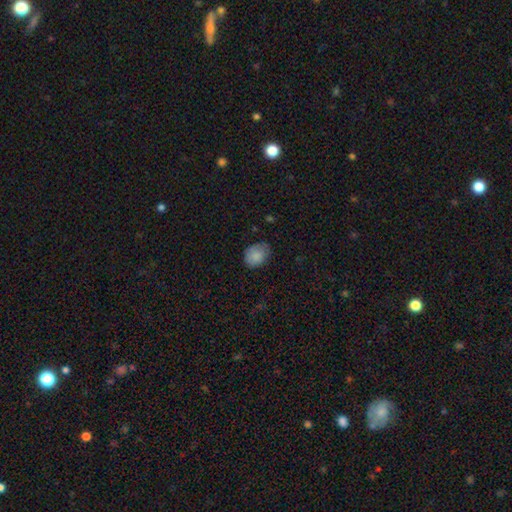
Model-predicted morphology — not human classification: Smooth or featured?
  - smooth: 82% *
  - featured or disk: 10%
  - star or artifact: 8%
How rounded?
  - in between: 60% *
  - round: 39%
  - cigar-shaped: 1%
Merging?
  - none: 65% *
  - minor disturbance: 28%
  - major disturbance: 6%
  - merger: 1%